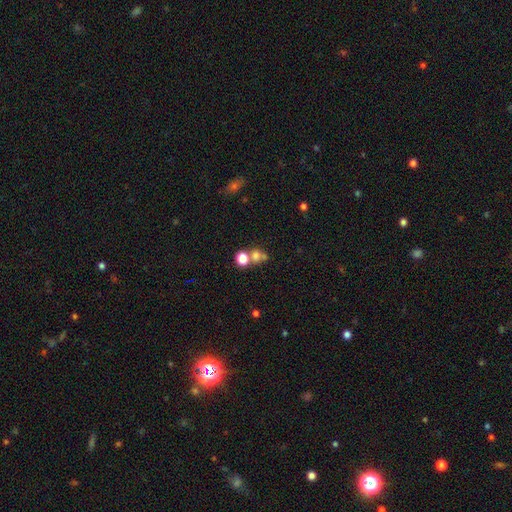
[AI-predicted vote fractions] smooth_or_featured: smooth (p=0.68) [alt: star or artifact p=0.19]
how_rounded: round (p=0.68) [alt: in between p=0.30]
merging: merger (p=0.45) [alt: none p=0.41]